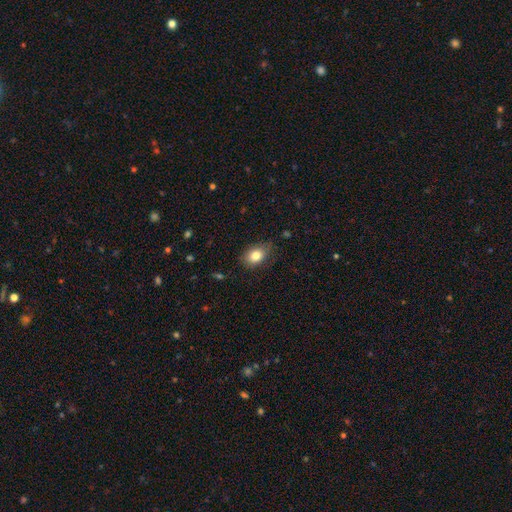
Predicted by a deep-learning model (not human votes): smooth-or-featured: smooth: 81% | featured or disk: 9% | star or artifact: 9%
  how-rounded: in between: 72% | round: 27% | cigar-shaped: 1%
  merging: none: 74% | minor disturbance: 21% | major disturbance: 4% | merger: 1%